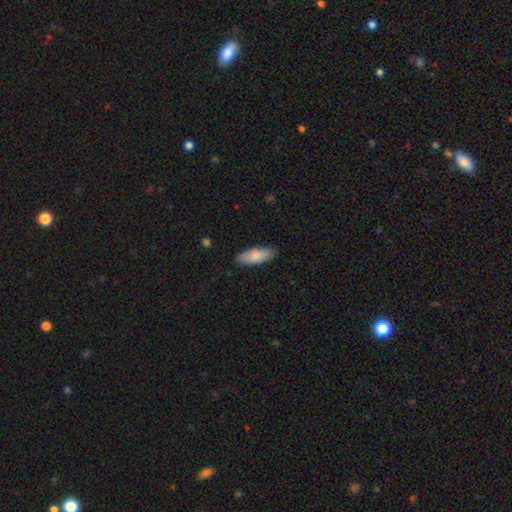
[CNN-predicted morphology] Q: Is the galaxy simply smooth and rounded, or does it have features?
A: smooth — 82%.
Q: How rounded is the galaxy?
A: in between — 73%.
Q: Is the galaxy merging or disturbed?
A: none — 86%.